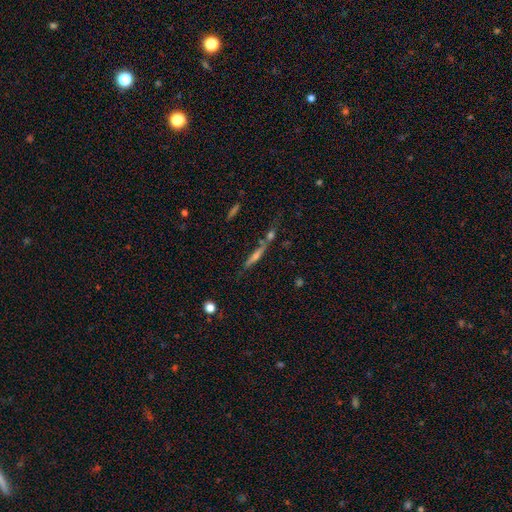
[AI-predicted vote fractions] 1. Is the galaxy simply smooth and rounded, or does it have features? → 54% featured or disk, 32% smooth, 14% star or artifact.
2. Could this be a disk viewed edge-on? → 90% yes, 10% no.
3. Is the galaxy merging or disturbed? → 60% none, 21% merger, 13% minor disturbance, 6% major disturbance.